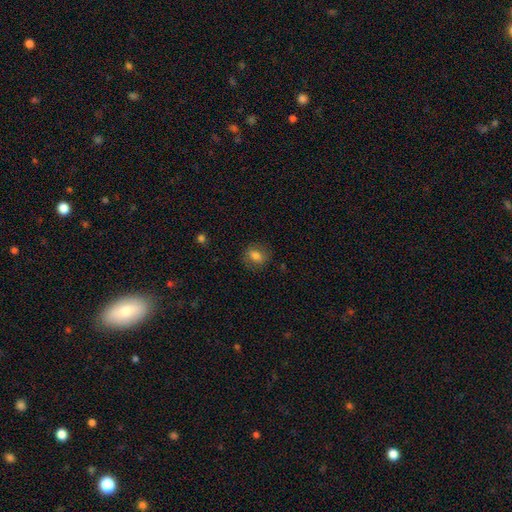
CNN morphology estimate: A smooth galaxy with no disk features (74%) that is in between round and cigar-shaped (55%).

Vote fractions:
- Smooth or featured? smooth: 74% / featured or disk: 15% / star or artifact: 10%
- How rounded? in between: 55% / round: 43% / cigar-shaped: 2%
- Merging? none: 80% / minor disturbance: 14% / major disturbance: 5% / merger: 1%